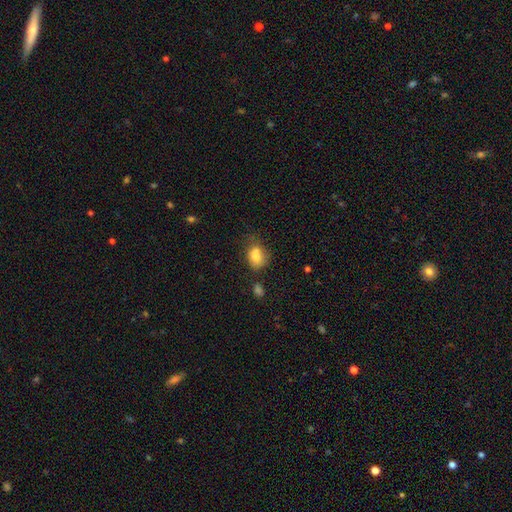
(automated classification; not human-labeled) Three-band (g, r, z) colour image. It shows a smooth galaxy with no disk features (82%) that is in between round and cigar-shaped (70%). Merging: none (48%).